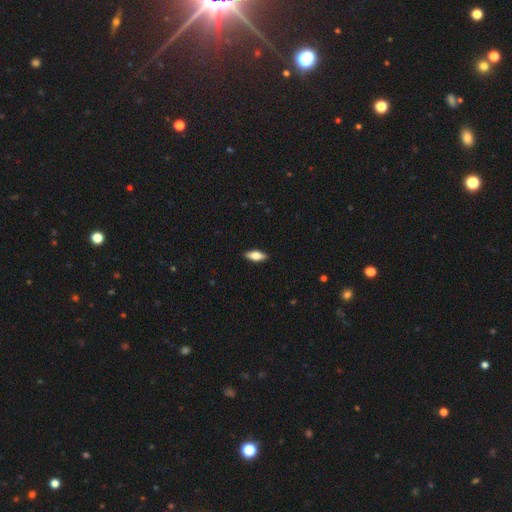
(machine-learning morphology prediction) This appears to be a smooth galaxy with no disk features (69%) that is in between round and cigar-shaped (76%). Merging: none (89%).